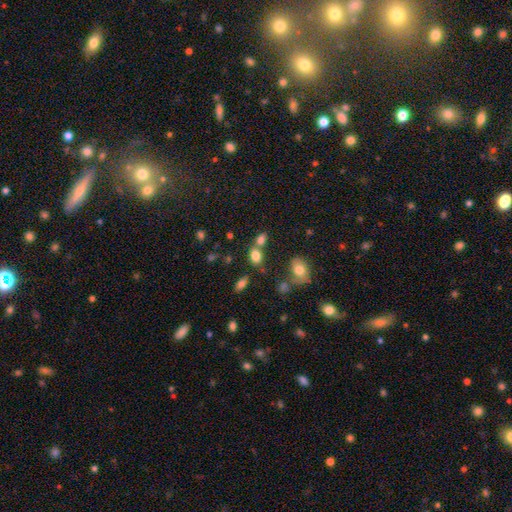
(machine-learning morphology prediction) The model was most divided on "merging": none: 50%, merger: 33%, minor disturbance: 12%, major disturbance: 5%. More confident: smooth or featured — smooth (80%); how rounded — in between (74%).